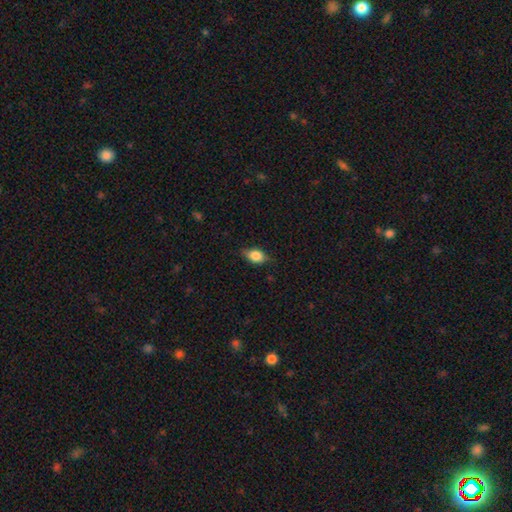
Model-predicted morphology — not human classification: Smooth or featured: smooth — 78% (featured or disk — 14%)
How rounded: in between — 76% (round — 19%)
Merging: none — 72% (minor disturbance — 22%)